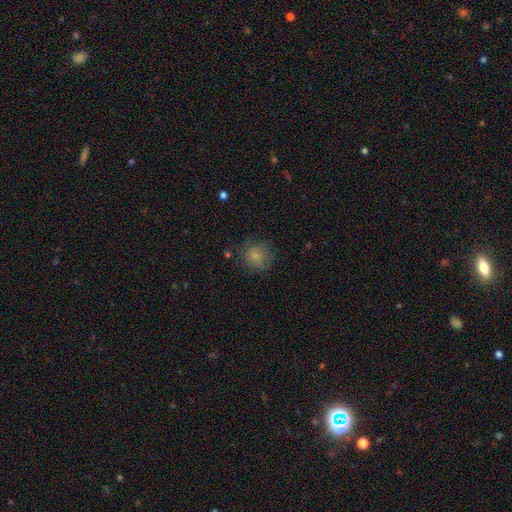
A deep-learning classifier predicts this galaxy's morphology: type=smooth (79%); roundness=round (88%); merging=none (72%).